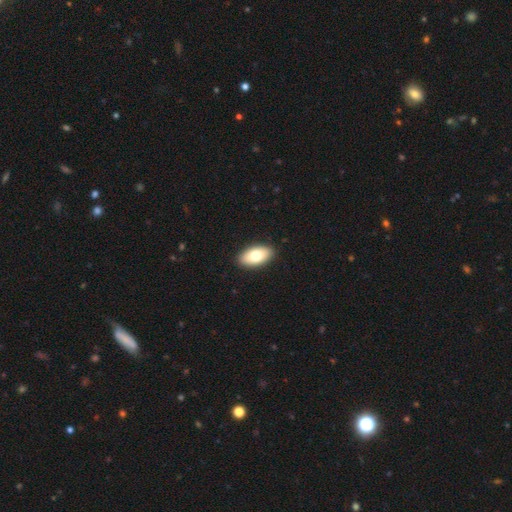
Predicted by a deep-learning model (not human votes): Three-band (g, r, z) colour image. It shows a smooth galaxy with no disk features (77%) that is in between round and cigar-shaped (94%). Merging: none (90%).